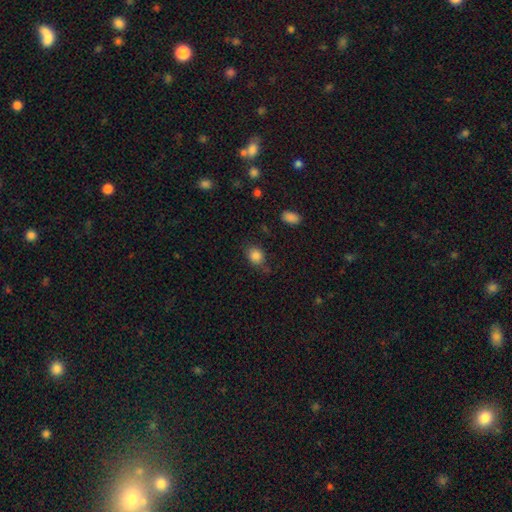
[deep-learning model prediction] This is clearly a smooth galaxy (84%). How rounded: possibly round (59%). Merging: likely none (71%).